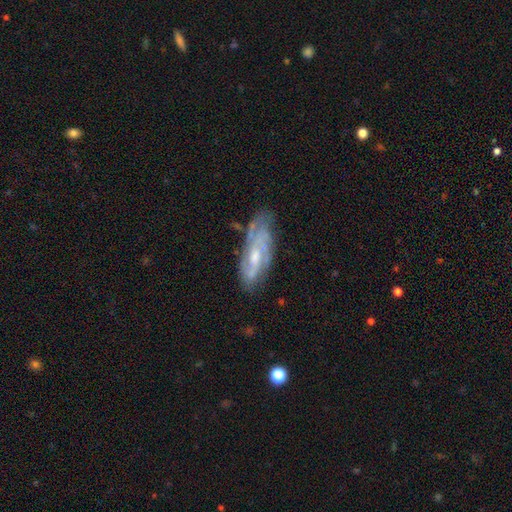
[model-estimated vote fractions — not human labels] Smooth or featured? featured or disk (76%)
Edge-on disk? no (85%)
Bar? no (49%)
Spiral arms? yes (87%)
Spiral winding? tight (47%)
Spiral arm count? can't tell (40%)
Bulge size? moderate (50%)
Merging? none (63%)